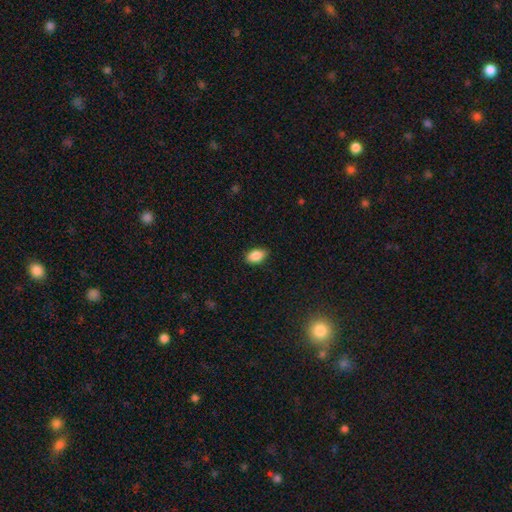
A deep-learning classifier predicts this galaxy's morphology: Smooth or featured? smooth (87%)
How rounded? in between (91%)
Merging? none (85%)